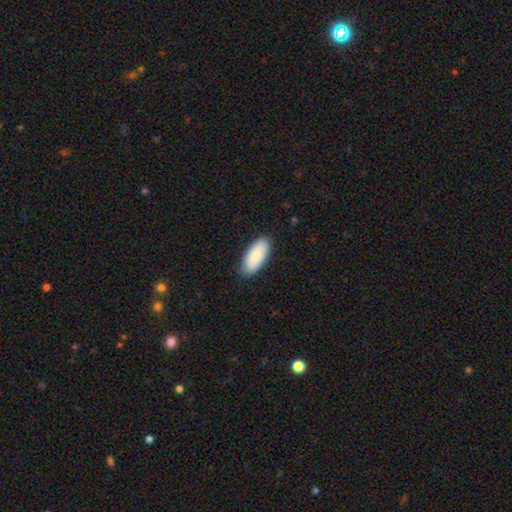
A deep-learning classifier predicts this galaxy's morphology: Smooth or featured? smooth (87%)
How rounded? in between (89%)
Merging? none (86%)